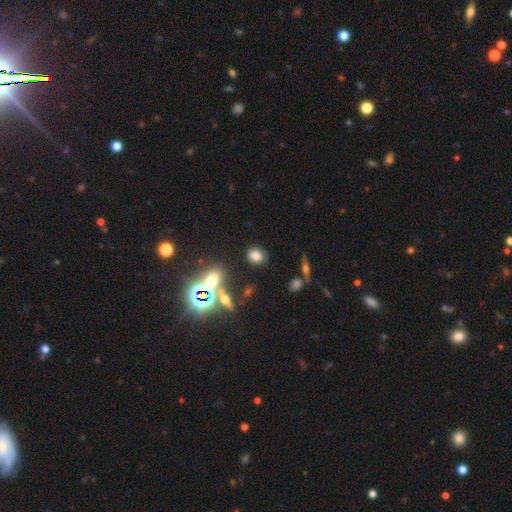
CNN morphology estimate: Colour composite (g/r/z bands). It shows a smooth galaxy with no disk features (73%) that is round (53%). Merging: none (83%).